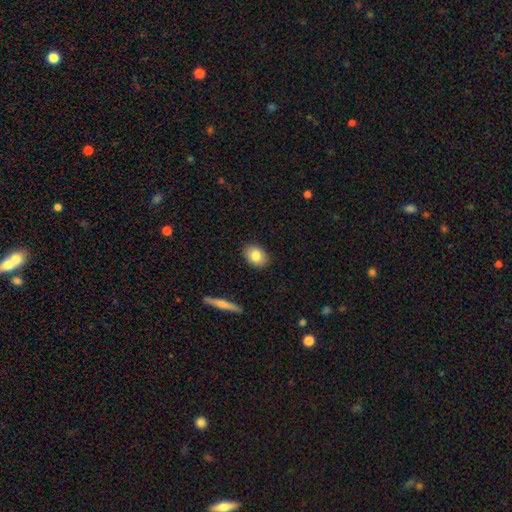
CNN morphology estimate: A smooth galaxy with no disk features (82%) that is in between round and cigar-shaped (73%).

Vote fractions:
- Smooth or featured? smooth: 82% / featured or disk: 11% / star or artifact: 7%
- How rounded? in between: 73% / round: 25% / cigar-shaped: 2%
- Merging? none: 89% / minor disturbance: 8% / major disturbance: 2% / merger: 1%